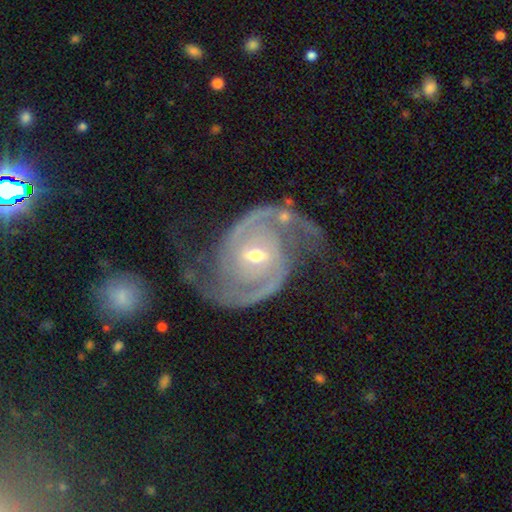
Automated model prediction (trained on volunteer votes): Smooth or featured?
  - featured or disk: 92% *
  - star or artifact: 5%
  - smooth: 3%
Edge-on disk?
  - no: 98% *
  - yes: 2%
Bar?
  - weak: 49% *
  - no: 29%
  - strong: 21%
Spiral arms?
  - yes: 98% *
  - no: 2%
Spiral winding?
  - medium: 50% *
  - tight: 32%
  - loose: 17%
Spiral arm count?
  - 2: 90% *
  - 3: 3%
  - can't tell: 3%
  - 1: 2%
  - 4: 2%
  - more than 4: 1%
Bulge size?
  - moderate: 52% *
  - small: 44%
  - large: 2%
  - none: 1%
  - dominant: 1%
Merging?
  - none: 68% *
  - minor disturbance: 17%
  - major disturbance: 11%
  - merger: 3%